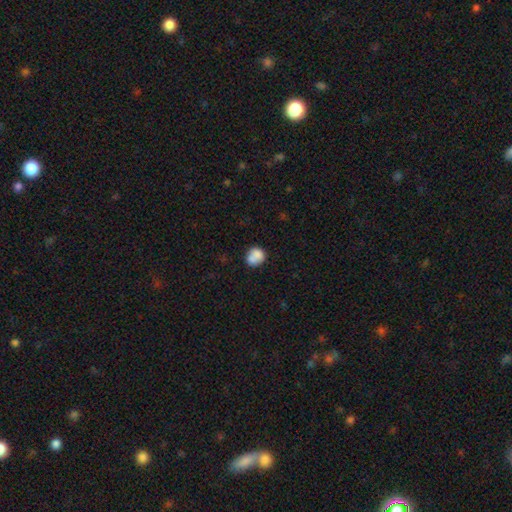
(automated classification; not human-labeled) Smooth or featured? Predicted: smooth (p=0.77). How rounded? Predicted: round (p=0.69). Merging? Predicted: none (p=0.44).